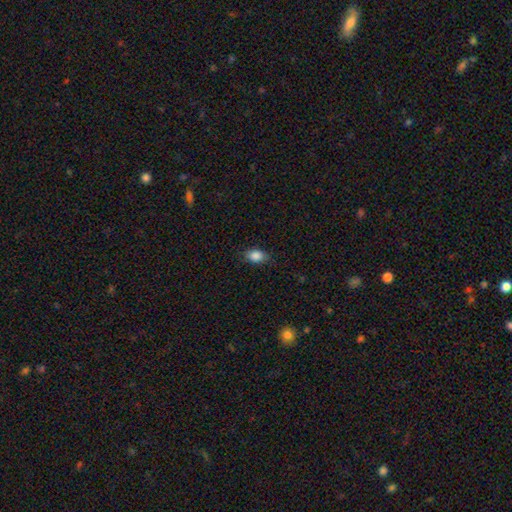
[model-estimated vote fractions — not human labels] A smooth galaxy with no disk features (86%) that is in between round and cigar-shaped (82%). Merging: none (81%).